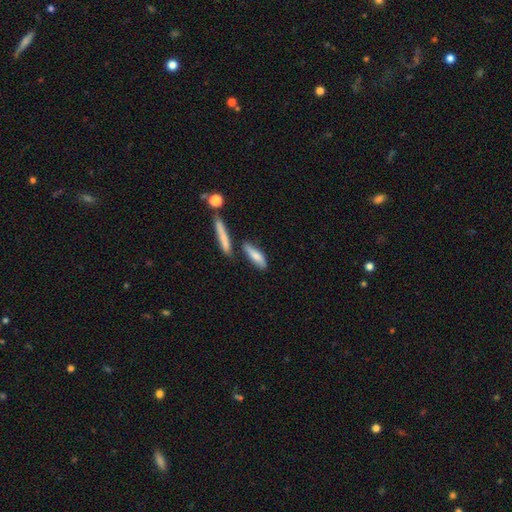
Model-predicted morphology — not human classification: Overall: smooth (74%). How rounded: cigar-shaped (54%; in between 43%). Merging: none (59%).